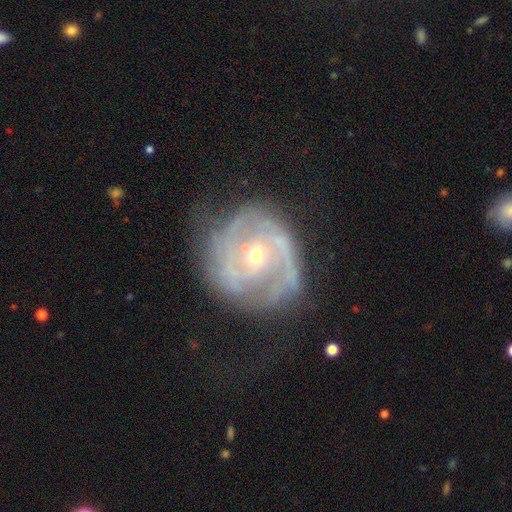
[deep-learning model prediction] A featured or disk galaxy (82%) with no bar (62%), 2 (44%) tight (54%) spiral arms (88%) and a small central bulge (50%).

Vote fractions:
- Smooth or featured? featured or disk: 82% / smooth: 11% / star or artifact: 7%
- Edge-on disk? no: 97% / yes: 3%
- Bar? no: 62% / weak: 29% / strong: 10%
- Spiral arms? yes: 88% / no: 12%
- Spiral winding? tight: 54% / medium: 34% / loose: 12%
- Spiral arm count? 2: 44% / can't tell: 30% / 3: 12% / 1: 6% / 4: 4% / more than 4: 4%
- Bulge size? small: 50% / moderate: 47% / large: 2% / none: 1% / dominant: 1%
- Merging? none: 57% / minor disturbance: 25% / major disturbance: 16% / merger: 2%